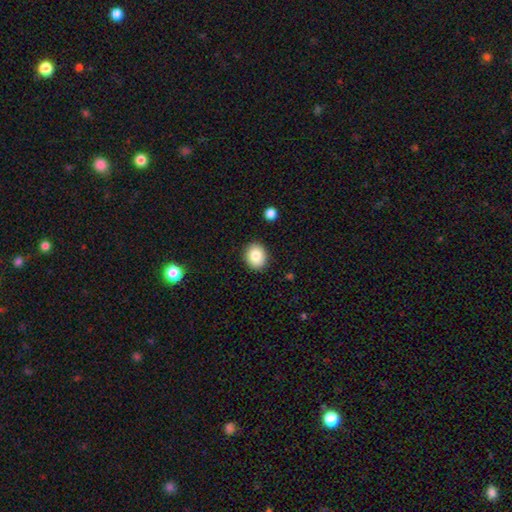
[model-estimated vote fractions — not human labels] Smooth or featured? smooth (84%)
How rounded? round (64%)
Merging? none (90%)